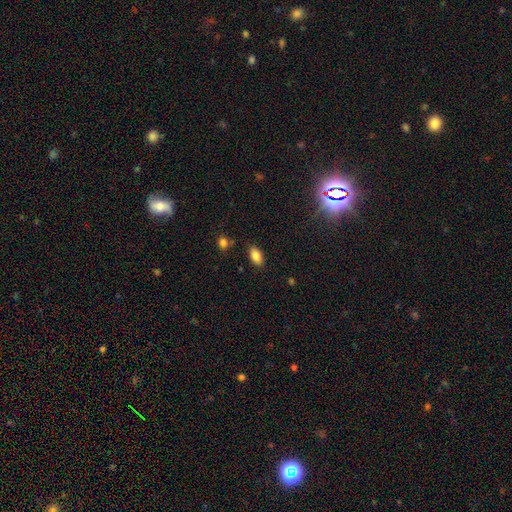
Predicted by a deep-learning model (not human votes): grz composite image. It shows a smooth galaxy with no disk features (85%) that is in between round and cigar-shaped (91%). Merging: none (83%).